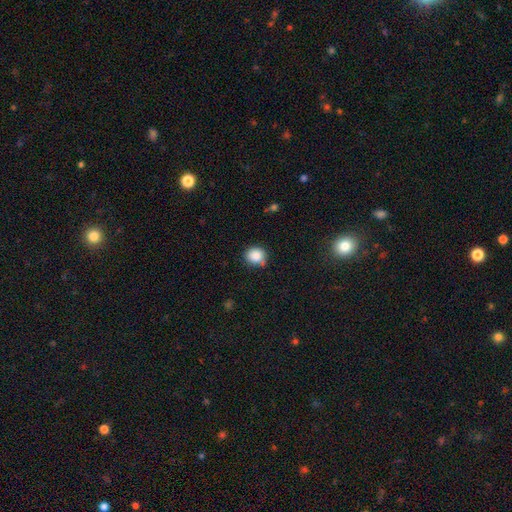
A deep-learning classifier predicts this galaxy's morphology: Q: Smooth or featured?
A: smooth (86%); runner-up: star or artifact (10%)
Q: How rounded?
A: round (78%); runner-up: in between (21%)
Q: Merging?
A: none (73%); runner-up: minor disturbance (17%)